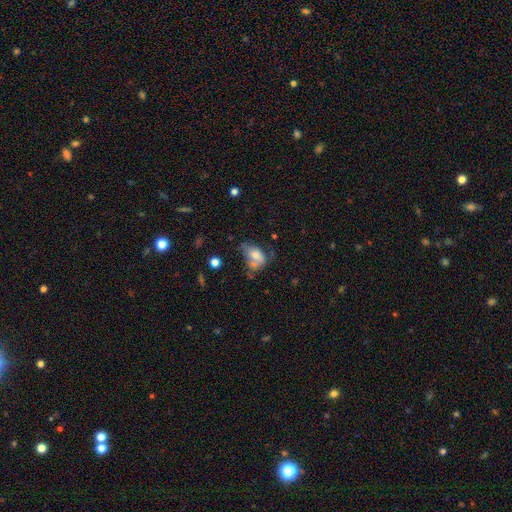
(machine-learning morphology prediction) Smooth or featured: smooth — 65% (featured or disk — 25%)
How rounded: in between — 84% (round — 14%)
Merging: merger — 28% (none — 26%)